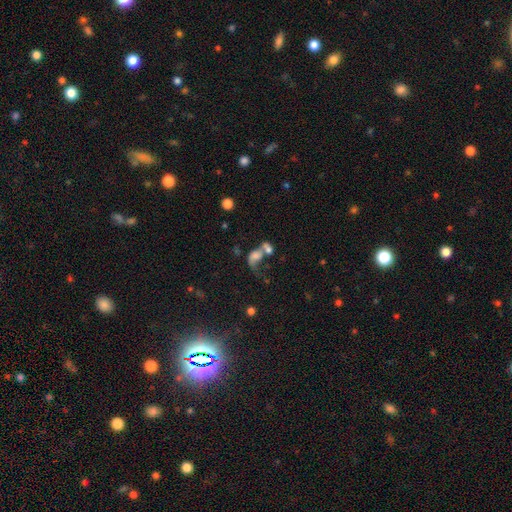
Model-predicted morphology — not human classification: Smooth or featured? smooth (48%)
Merging? merger (57%)